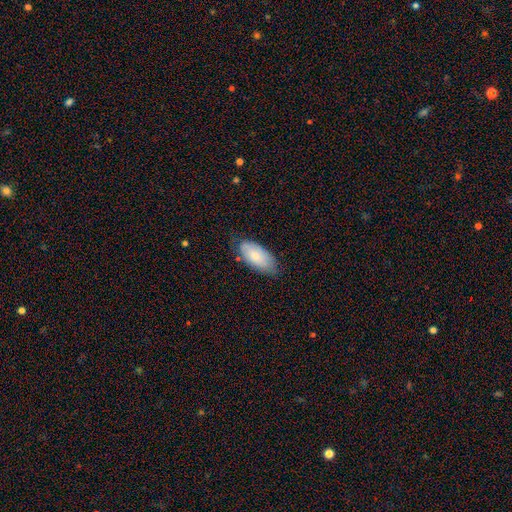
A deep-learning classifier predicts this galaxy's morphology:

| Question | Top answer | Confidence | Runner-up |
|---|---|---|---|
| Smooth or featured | smooth | 70% | featured or disk (23%) |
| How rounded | in between | 93% | cigar-shaped (5%) |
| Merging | none | 71% | minor disturbance (23%) |